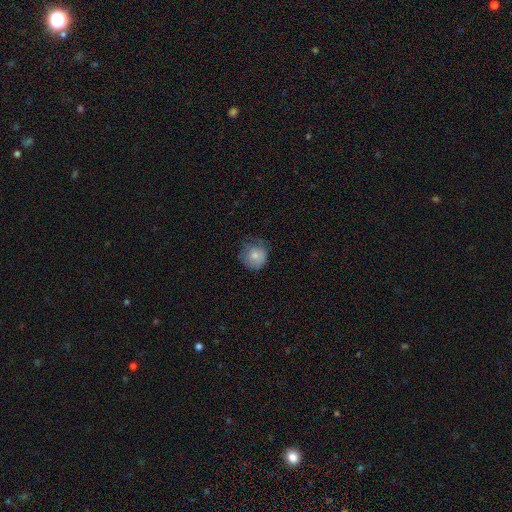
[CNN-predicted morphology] smooth-or-featured: smooth: 75% | featured or disk: 16% | star or artifact: 9%
  how-rounded: round: 88% | in between: 11% | cigar-shaped: 1%
  merging: none: 58% | minor disturbance: 29% | major disturbance: 12% | merger: 1%